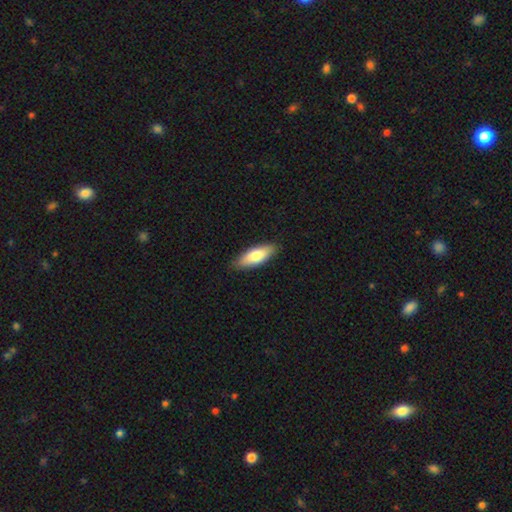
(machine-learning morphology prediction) The model was most divided on "how rounded": in between: 67%, cigar-shaped: 31%, round: 2%. More confident: merging — none (87%); smooth or featured — smooth (78%).